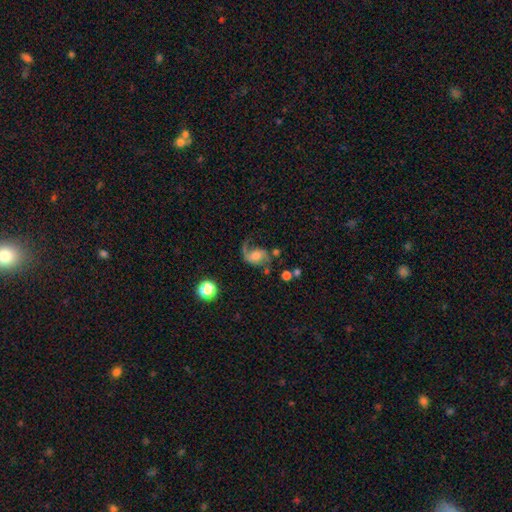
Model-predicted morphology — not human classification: Smooth or featured: featured or disk — 71% (smooth — 20%)
Edge-on disk: no — 97% (yes — 3%)
Bar: no — 57% (weak — 34%)
Spiral arms: yes — 93% (no — 7%)
Spiral winding: loose — 66% (medium — 28%)
Spiral arm count: 2 — 62% (1 — 33%)
Bulge size: moderate — 31% (large — 22%)
Merging: none — 45% (major disturbance — 29%)